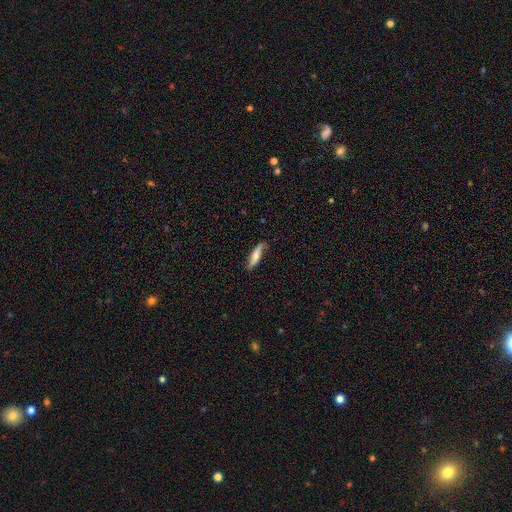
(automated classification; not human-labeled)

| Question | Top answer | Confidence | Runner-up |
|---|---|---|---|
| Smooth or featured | smooth | 60% | featured or disk (34%) |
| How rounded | cigar-shaped | 73% | in between (25%) |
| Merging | none | 73% | minor disturbance (21%) |